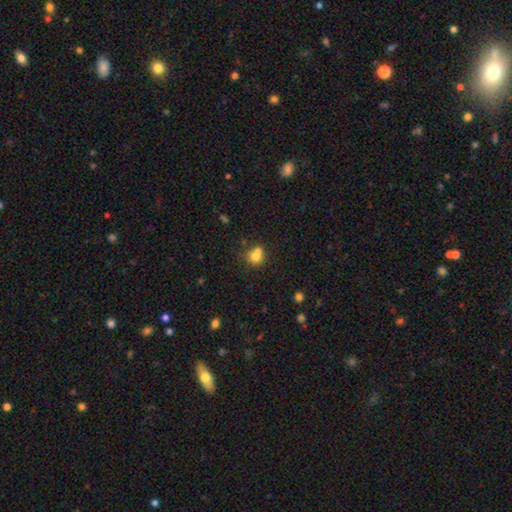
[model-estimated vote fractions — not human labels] A smooth galaxy with no disk features (74%) that is round (78%).

Vote fractions:
- Smooth or featured? smooth: 74% / featured or disk: 14% / star or artifact: 12%
- How rounded? round: 78% / in between: 21% / cigar-shaped: 1%
- Merging? merger: 43% / none: 41% / minor disturbance: 11% / major disturbance: 5%